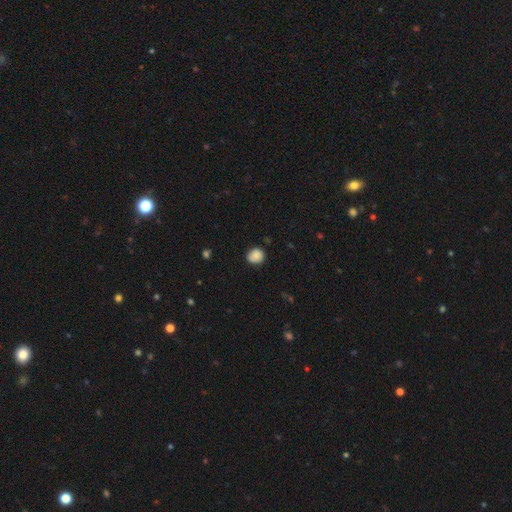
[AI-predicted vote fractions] Smooth or featured: smooth — 84% (star or artifact — 9%)
How rounded: round — 84% (in between — 15%)
Merging: none — 79% (minor disturbance — 17%)